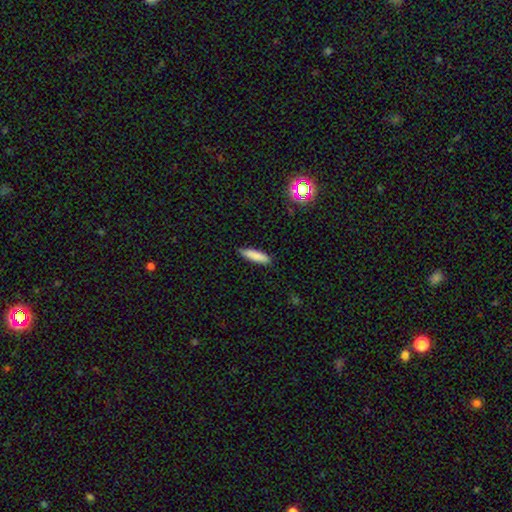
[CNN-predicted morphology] smooth_or_featured: smooth (p=0.84) [alt: featured or disk p=0.08]
how_rounded: cigar-shaped (p=0.75) [alt: in between p=0.24]
merging: none (p=0.86) [alt: minor disturbance p=0.11]